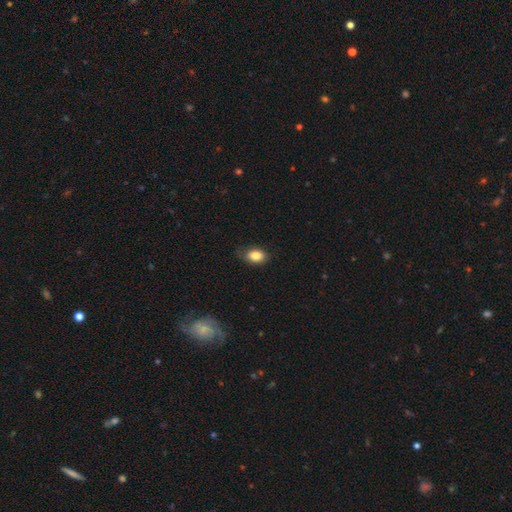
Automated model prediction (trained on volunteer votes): smooth-or-featured: smooth: 85% | star or artifact: 8% | featured or disk: 7%
  how-rounded: in between: 84% | round: 15% | cigar-shaped: 2%
  merging: none: 75% | minor disturbance: 20% | major disturbance: 4% | merger: 1%